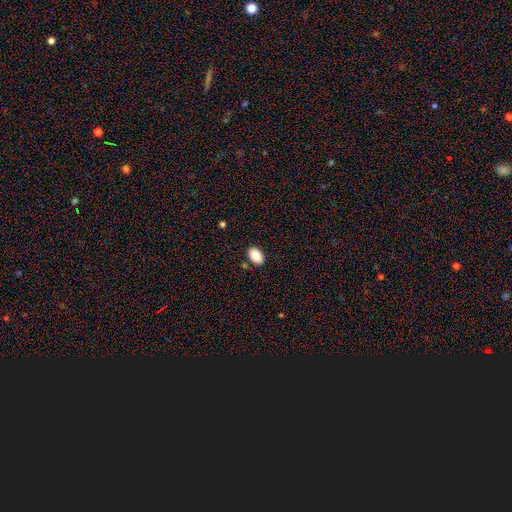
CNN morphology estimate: smooth 89%, star or artifact 8%, featured or disk 3%. Down the decision tree: how rounded — in between (88%); merging — none (86%).